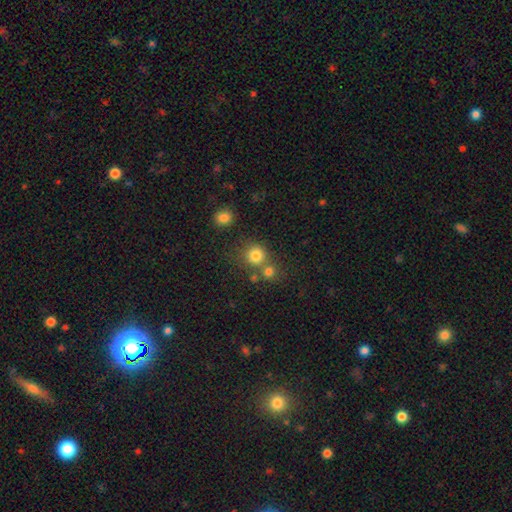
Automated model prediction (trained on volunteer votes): A smooth galaxy with no disk features (78%) that is round (90%).

Vote fractions:
- Smooth or featured? smooth: 78% / star or artifact: 15% / featured or disk: 7%
- How rounded? round: 90% / in between: 9% / cigar-shaped: 1%
- Merging? none: 62% / merger: 26% / minor disturbance: 8% / major disturbance: 4%